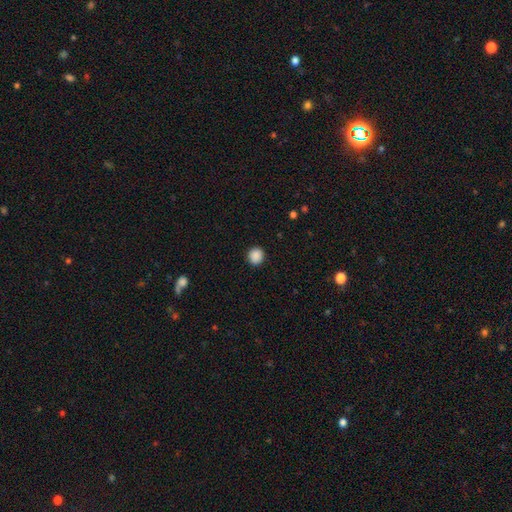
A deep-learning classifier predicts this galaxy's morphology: A smooth galaxy with no disk features (88%) that is round (89%). Merging: none (91%).